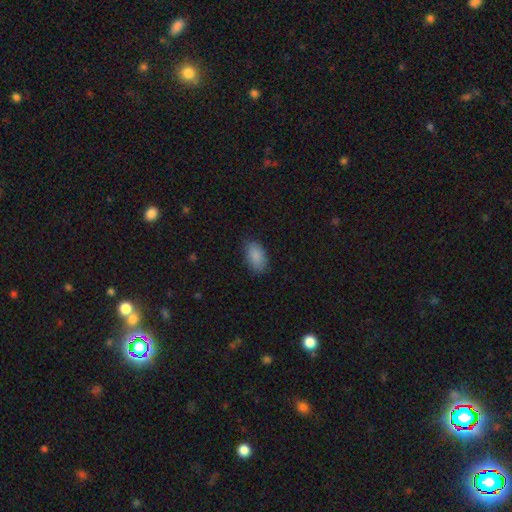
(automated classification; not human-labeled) smooth-or-featured: smooth: 88% | star or artifact: 7% | featured or disk: 5%
  how-rounded: in between: 93% | round: 6% | cigar-shaped: 2%
  merging: none: 82% | minor disturbance: 14% | major disturbance: 3% | merger: 1%